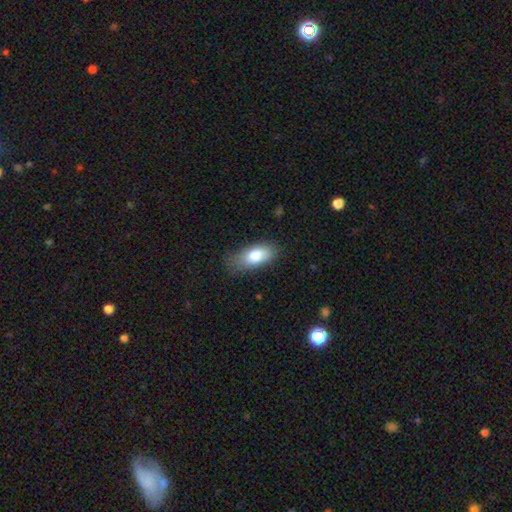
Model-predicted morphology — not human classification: Smooth or featured? Predicted: smooth (p=0.79). How rounded? Predicted: in between (p=0.88). Merging? Predicted: none (p=0.70).